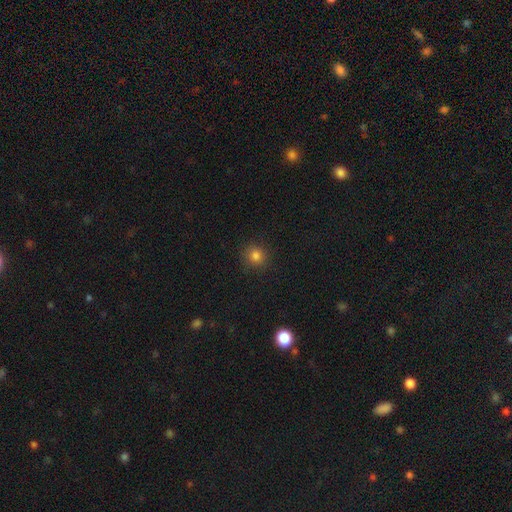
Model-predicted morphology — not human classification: type=smooth (82%); roundness=round (87%); merging=none (89%).